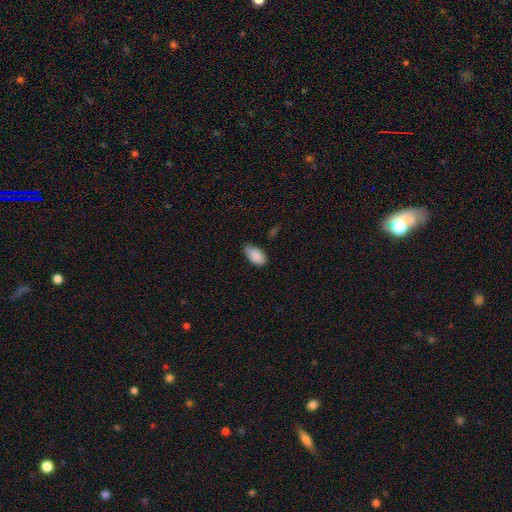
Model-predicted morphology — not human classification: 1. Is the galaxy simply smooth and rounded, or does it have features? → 88% smooth, 7% star or artifact, 5% featured or disk.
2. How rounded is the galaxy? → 94% in between, 4% round, 2% cigar-shaped.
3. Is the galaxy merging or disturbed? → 60% none, 33% minor disturbance, 5% major disturbance, 2% merger.